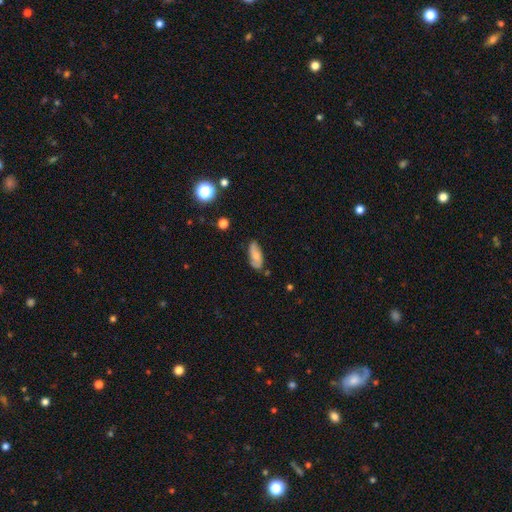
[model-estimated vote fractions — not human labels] The model was most divided on "smooth or featured": smooth: 61%, featured or disk: 31%, star or artifact: 8%. More confident: how rounded — in between (80%); merging — none (71%).